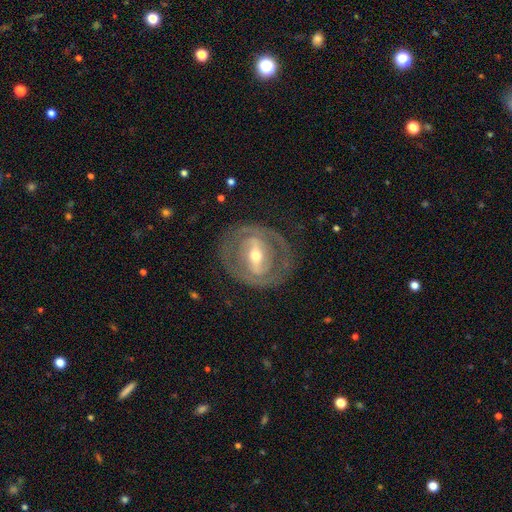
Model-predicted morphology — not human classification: smooth-or-featured: featured or disk: 80% | smooth: 15% | star or artifact: 5%
  disk-edge-on: no: 93% | yes: 7%
    bar: strong: 54% | weak: 30% | no: 16%
    has-spiral-arms: yes: 55% | no: 45%
    bulge-size: moderate: 56% | small: 39% | large: 4% | none: 1% | dominant: 1%
  merging: none: 76% | minor disturbance: 13% | major disturbance: 9% | merger: 1%